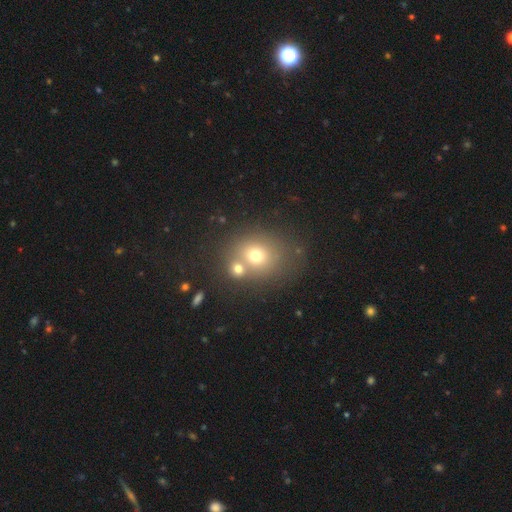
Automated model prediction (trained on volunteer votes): Smooth or featured? smooth (68%)
How rounded? round (73%)
Merging? none (49%)